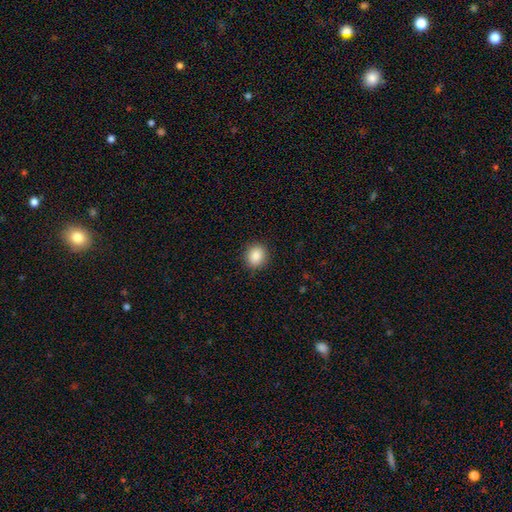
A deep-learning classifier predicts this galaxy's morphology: Smooth or featured?
  - smooth: 87% *
  - star or artifact: 9%
  - featured or disk: 4%
How rounded?
  - round: 79% *
  - in between: 20%
  - cigar-shaped: 1%
Merging?
  - none: 91% *
  - minor disturbance: 6%
  - major disturbance: 2%
  - merger: 1%